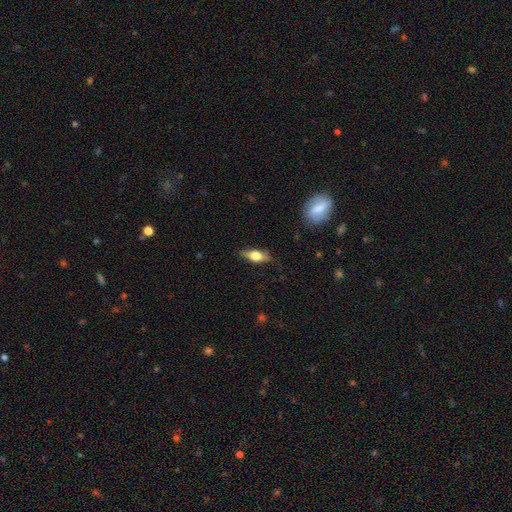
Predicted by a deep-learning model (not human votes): Q: Smooth or featured?
A: smooth (52%); runner-up: featured or disk (41%)
Q: How rounded?
A: in between (63%); runner-up: cigar-shaped (32%)
Q: Merging?
A: none (82%); runner-up: minor disturbance (14%)